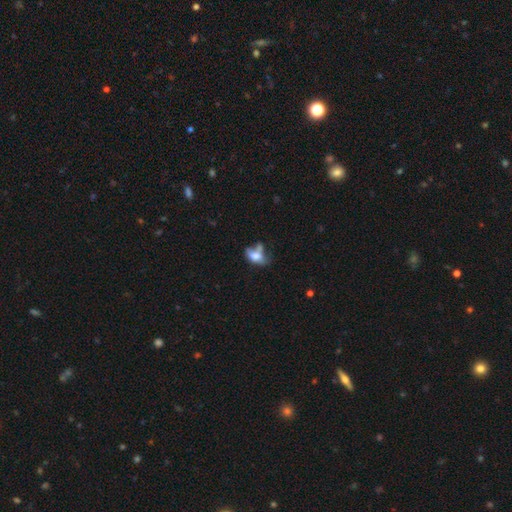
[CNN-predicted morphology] The model was most divided on "merging": merger: 31%, none: 26%, major disturbance: 22%, minor disturbance: 21%. More confident: how rounded — in between (83%); smooth or featured — smooth (63%).